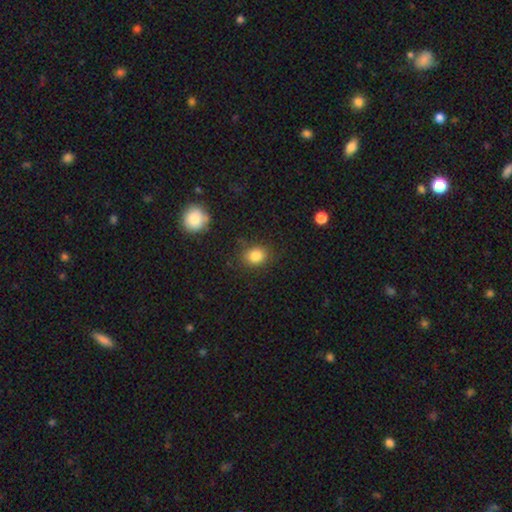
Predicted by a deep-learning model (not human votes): smooth 84%, star or artifact 11%, featured or disk 6%. Down the decision tree: how rounded — round (65%); merging — none (81%).